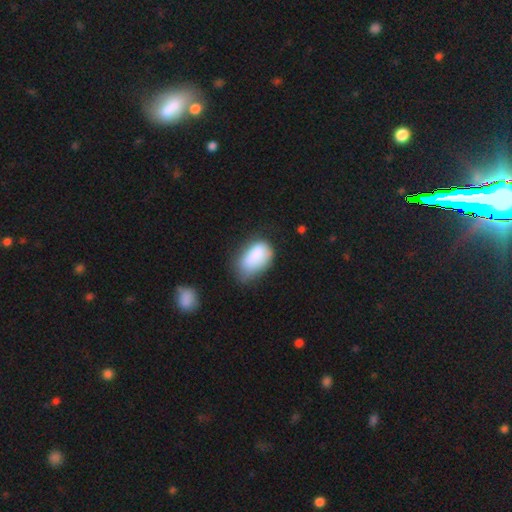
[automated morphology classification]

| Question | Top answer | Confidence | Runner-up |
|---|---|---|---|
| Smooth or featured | smooth | 81% | featured or disk (11%) |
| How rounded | in between | 92% | round (6%) |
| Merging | minor disturbance | 40% | none (37%) |